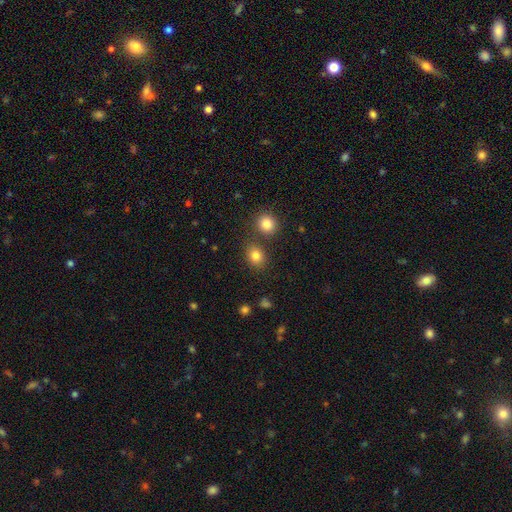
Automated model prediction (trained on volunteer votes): Morphology: type=smooth (82%); roundness=round (61%); merging=none (74%).